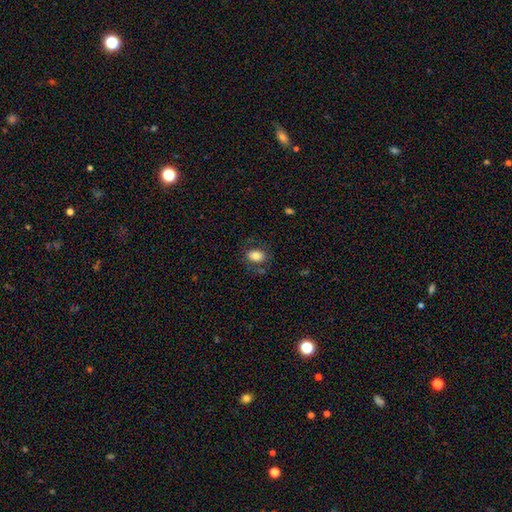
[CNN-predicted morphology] smooth 79%, featured or disk 12%, star or artifact 8%. Down the decision tree: how rounded — in between (77%); merging — none (75%).